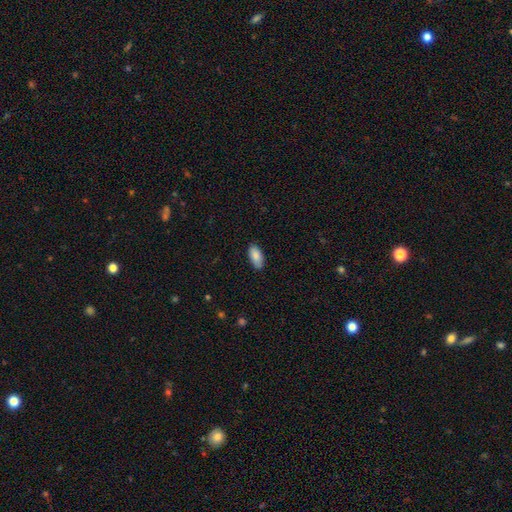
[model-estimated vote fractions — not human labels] Overall: smooth (88%). How rounded: in between (93%). Merging: none (83%).